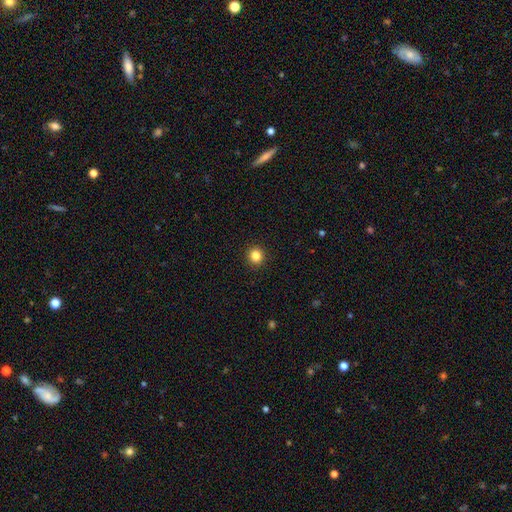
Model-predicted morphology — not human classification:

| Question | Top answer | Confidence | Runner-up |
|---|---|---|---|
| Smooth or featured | smooth | 84% | star or artifact (11%) |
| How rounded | round | 92% | in between (7%) |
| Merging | none | 93% | minor disturbance (5%) |